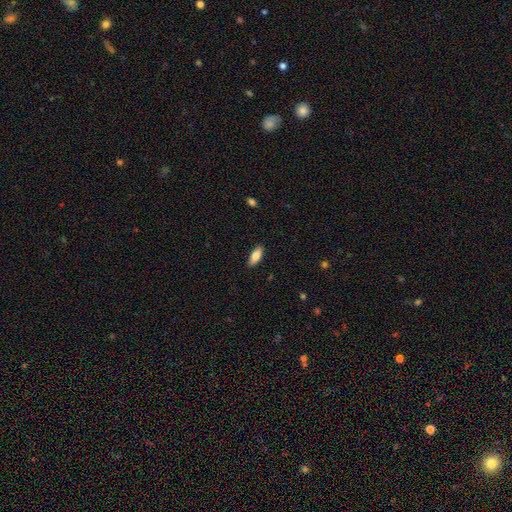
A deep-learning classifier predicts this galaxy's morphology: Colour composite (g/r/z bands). It shows a smooth galaxy with no disk features (80%) that is in between round and cigar-shaped (75%). Merging: none (88%).